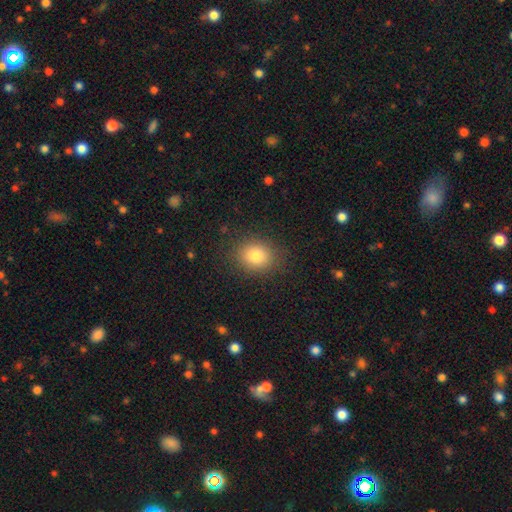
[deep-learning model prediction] smooth 82%, star or artifact 11%, featured or disk 7%. Down the decision tree: how rounded — round (60%); merging — none (86%).